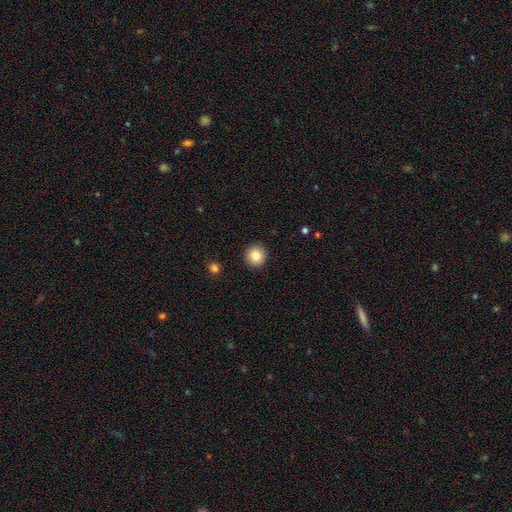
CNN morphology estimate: smooth 84%, star or artifact 10%, featured or disk 6%. Down the decision tree: how rounded — round (95%); merging — none (92%).